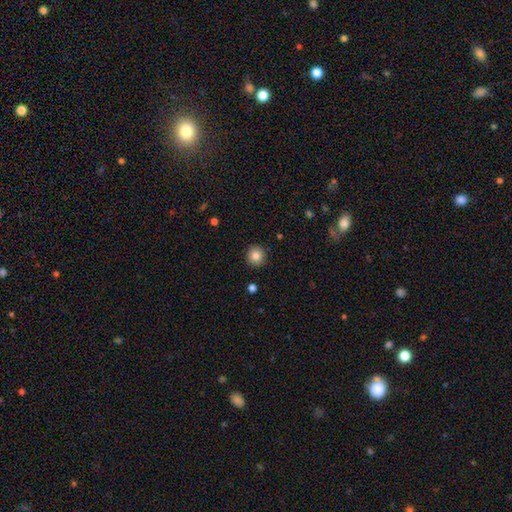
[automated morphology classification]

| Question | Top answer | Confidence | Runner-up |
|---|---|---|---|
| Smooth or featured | smooth | 84% | star or artifact (10%) |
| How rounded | round | 93% | in between (6%) |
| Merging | none | 91% | minor disturbance (6%) |